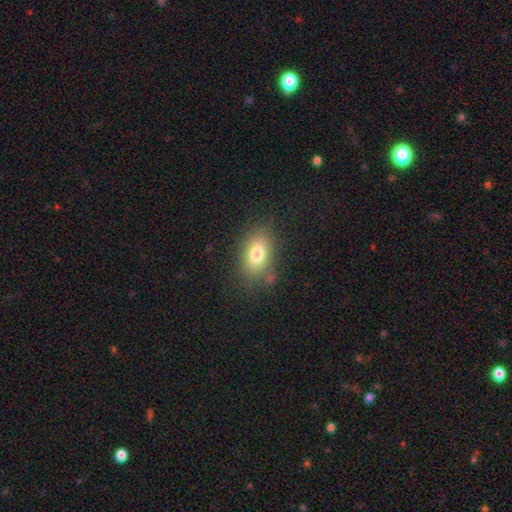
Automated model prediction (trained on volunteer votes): Smooth or featured: smooth — 78% (featured or disk — 12%)
How rounded: in between — 85% (round — 13%)
Merging: none — 78% (minor disturbance — 14%)